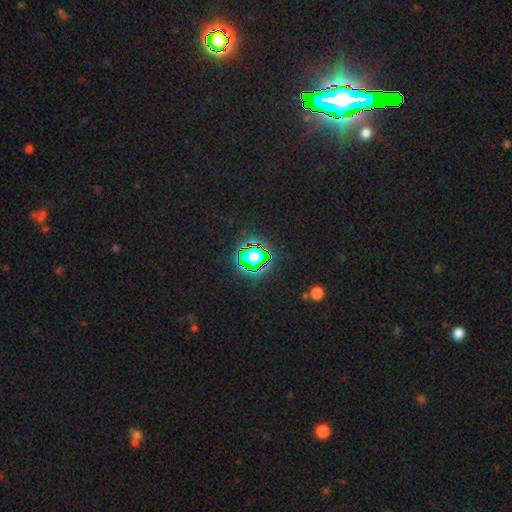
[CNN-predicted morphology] This is likely a star or artifact rather than a galaxy (67%).